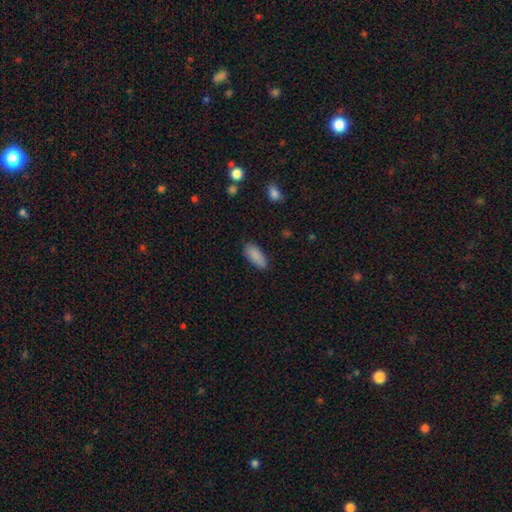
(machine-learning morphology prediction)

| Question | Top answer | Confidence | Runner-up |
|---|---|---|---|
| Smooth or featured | smooth | 89% | star or artifact (7%) |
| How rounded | in between | 86% | cigar-shaped (13%) |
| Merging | none | 82% | minor disturbance (14%) |